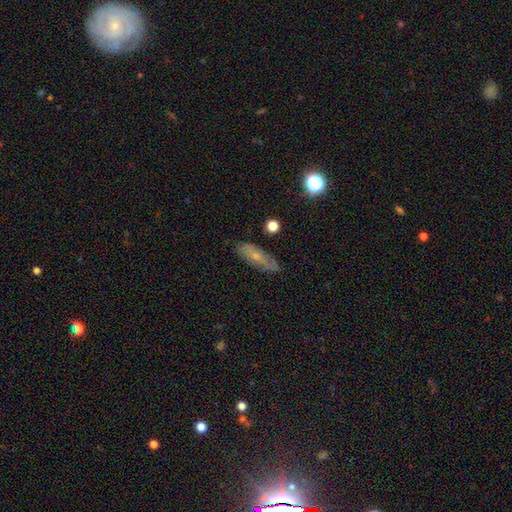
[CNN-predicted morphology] Smooth or featured?
  - smooth: 53% *
  - featured or disk: 37%
  - star or artifact: 9%
How rounded?
  - in between: 53% *
  - cigar-shaped: 43%
  - round: 4%
Merging?
  - none: 77% *
  - minor disturbance: 17%
  - major disturbance: 4%
  - merger: 2%